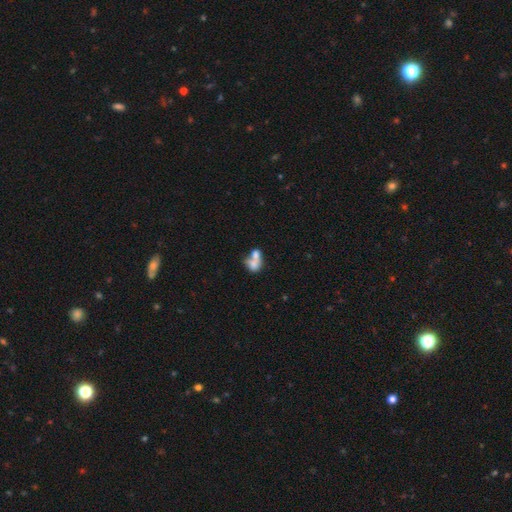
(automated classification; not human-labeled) smooth 69%, featured or disk 22%, star or artifact 10%. Down the decision tree: how rounded — in between (69%); merging — merger (70%).